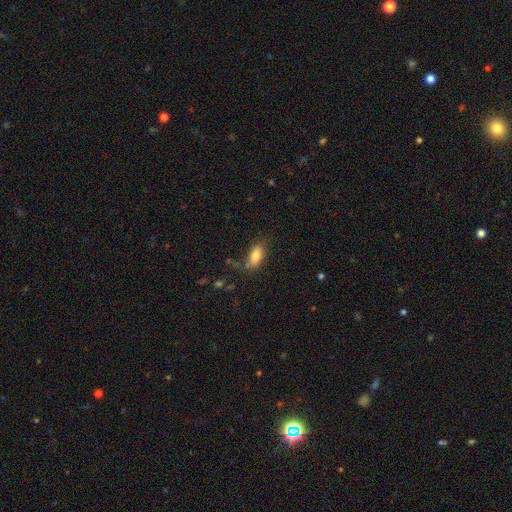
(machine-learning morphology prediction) Smooth or featured? Predicted: smooth (p=0.80). How rounded? Predicted: in between (p=0.87). Merging? Predicted: none (p=0.68).